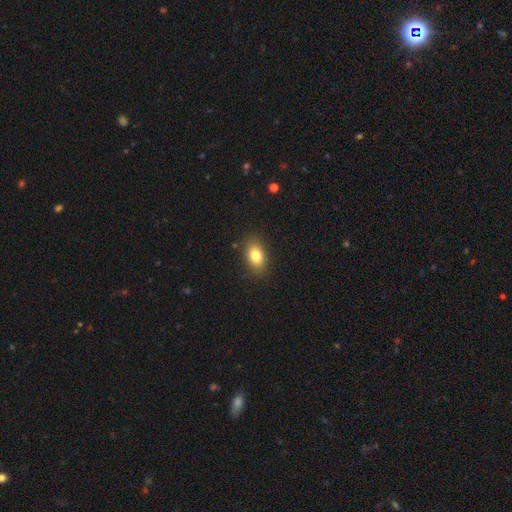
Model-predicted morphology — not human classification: smooth 82%, featured or disk 9%, star or artifact 9%. Down the decision tree: how rounded — in between (83%); merging — none (86%).